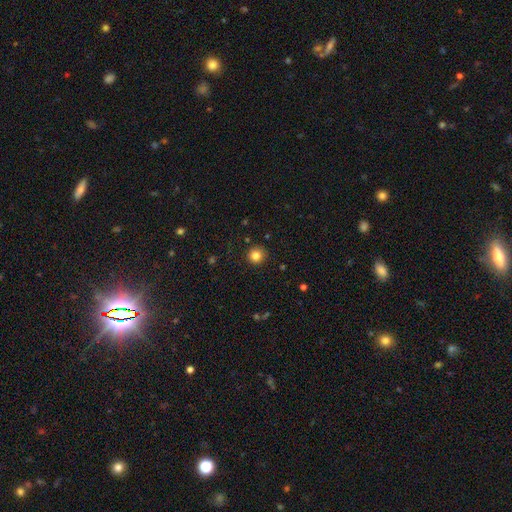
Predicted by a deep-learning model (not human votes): A smooth galaxy with no disk features (83%) that is round (94%).

Vote fractions:
- Smooth or featured? smooth: 83% / star or artifact: 12% / featured or disk: 5%
- How rounded? round: 94% / in between: 5% / cigar-shaped: 1%
- Merging? none: 90% / minor disturbance: 7% / major disturbance: 2% / merger: 1%